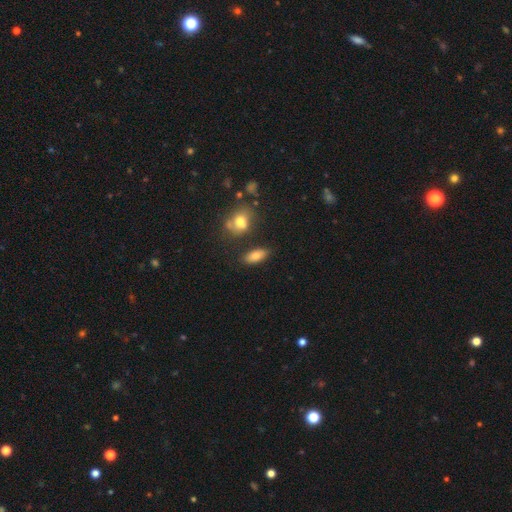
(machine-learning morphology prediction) smooth-or-featured: smooth: 80% | featured or disk: 11% | star or artifact: 9%
  how-rounded: in between: 83% | cigar-shaped: 13% | round: 4%
  merging: none: 78% | minor disturbance: 12% | merger: 6% | major disturbance: 3%